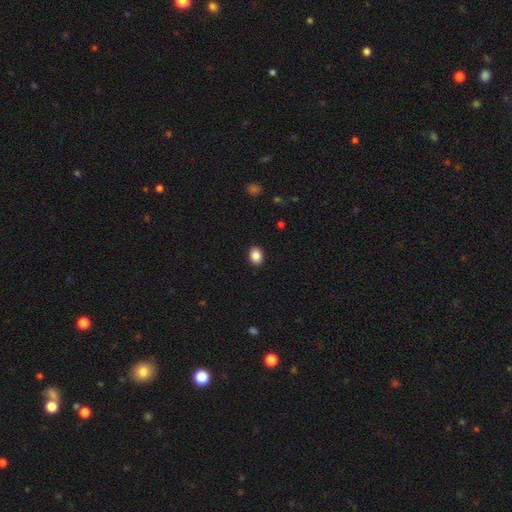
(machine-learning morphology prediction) Smooth or featured? Predicted: smooth (p=0.88). How rounded? Predicted: in between (p=0.64). Merging? Predicted: none (p=0.91).